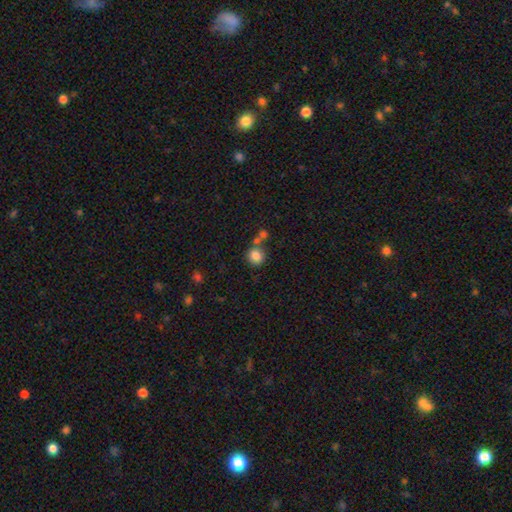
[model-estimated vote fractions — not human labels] A smooth galaxy with no disk features (84%) that is round (88%). Merging: none (65%).